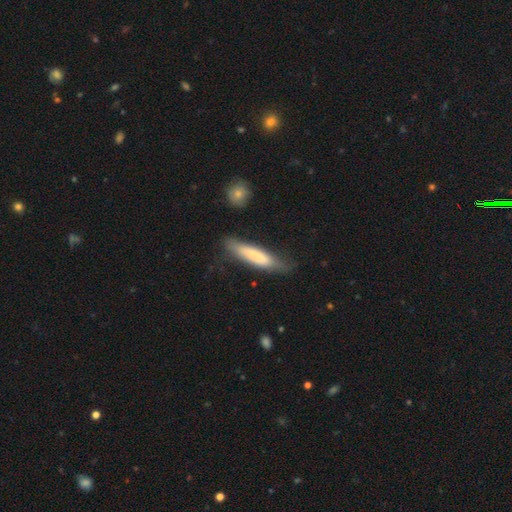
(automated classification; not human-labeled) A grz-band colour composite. It shows a smooth galaxy with no disk features (72%) that is cigar-shaped (82%). Merging: none (66%).